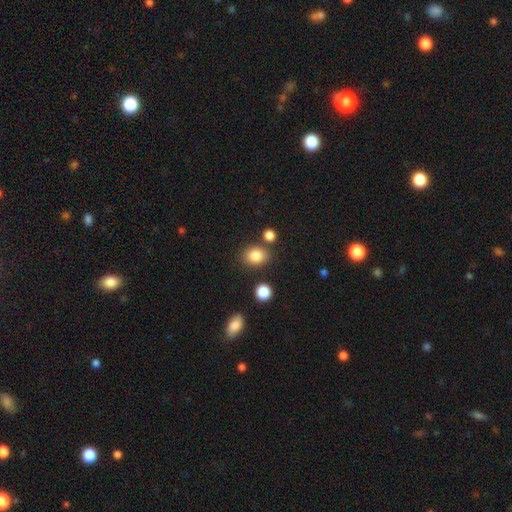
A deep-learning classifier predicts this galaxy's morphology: smooth-or-featured: smooth: 84% | star or artifact: 10% | featured or disk: 6%
  how-rounded: round: 50% | in between: 49% | cigar-shaped: 1%
  merging: none: 77% | minor disturbance: 12% | merger: 8% | major disturbance: 4%